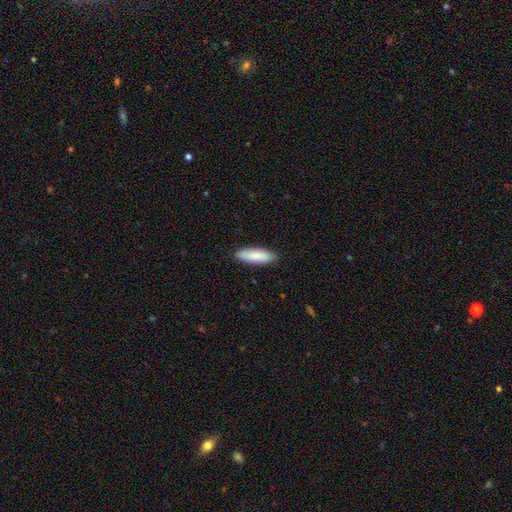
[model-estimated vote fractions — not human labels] A smooth galaxy with no disk features (87%) that is cigar-shaped (59%).

Vote fractions:
- Smooth or featured? smooth: 87% / featured or disk: 8% / star or artifact: 5%
- How rounded? cigar-shaped: 59% / in between: 40% / round: 1%
- Merging? none: 88% / minor disturbance: 9% / major disturbance: 2% / merger: 1%